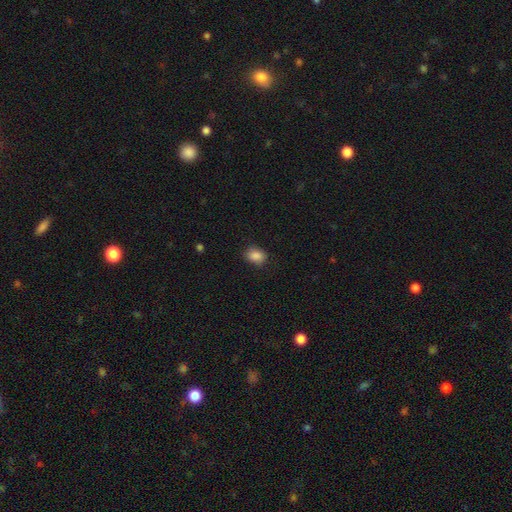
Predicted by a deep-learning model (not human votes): The model was most divided on "how rounded": in between: 66%, round: 33%, cigar-shaped: 1%. More confident: smooth or featured — smooth (87%); merging — none (83%).